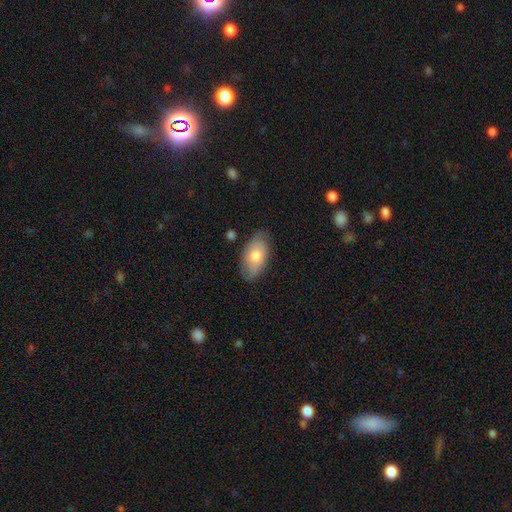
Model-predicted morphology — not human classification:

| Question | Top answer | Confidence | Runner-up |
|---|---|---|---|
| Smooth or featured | smooth | 59% | featured or disk (35%) |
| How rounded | in between | 93% | round (4%) |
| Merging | none | 76% | minor disturbance (19%) |